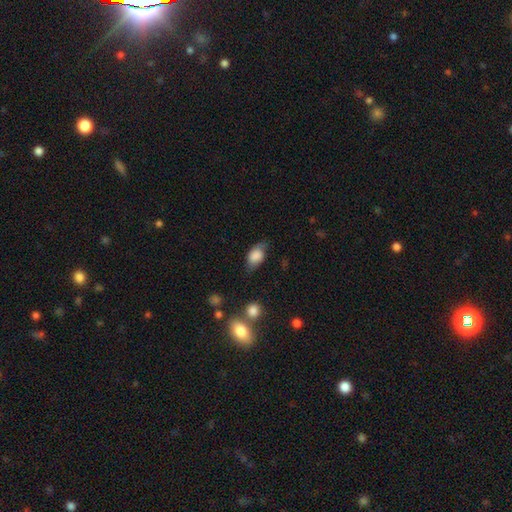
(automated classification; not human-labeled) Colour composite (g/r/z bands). It shows a smooth galaxy with no disk features (74%) that is in between round and cigar-shaped (86%). Merging: none (53%).